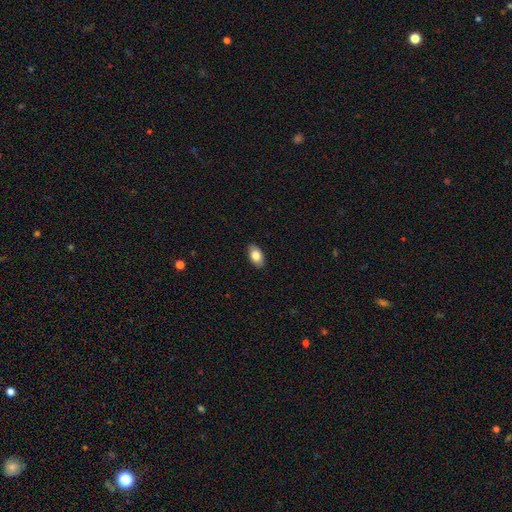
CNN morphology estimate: This appears to be a smooth galaxy with no disk features (81%) that is in between round and cigar-shaped (93%). Merging: none (89%).